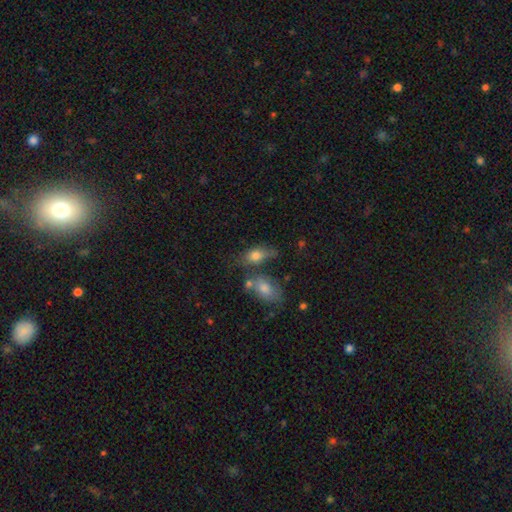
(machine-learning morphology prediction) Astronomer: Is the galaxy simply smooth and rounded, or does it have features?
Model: smooth — 75%.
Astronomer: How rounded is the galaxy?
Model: in between — 82%.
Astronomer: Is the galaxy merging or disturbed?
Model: none — 48% (runner-up: merger, 23%).